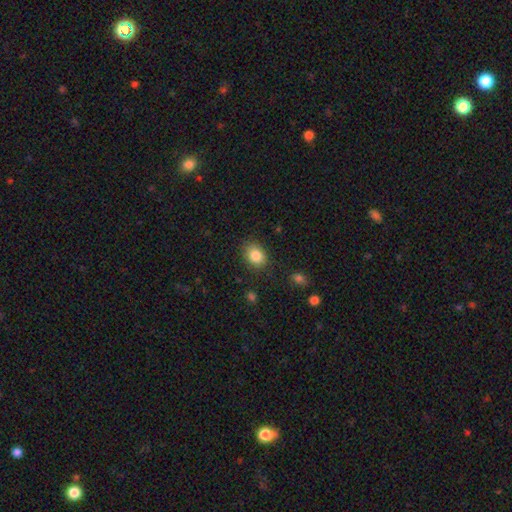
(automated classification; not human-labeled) smooth-or-featured: smooth: 85% | star or artifact: 9% | featured or disk: 6%
  how-rounded: in between: 58% | round: 41% | cigar-shaped: 1%
  merging: none: 83% | minor disturbance: 12% | major disturbance: 3% | merger: 2%